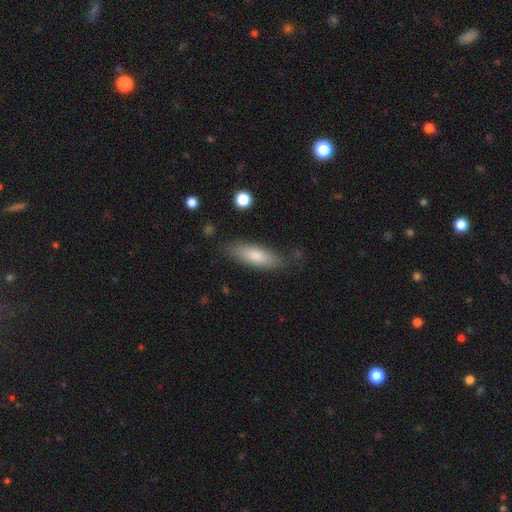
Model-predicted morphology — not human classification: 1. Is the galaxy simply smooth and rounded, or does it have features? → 77% smooth, 17% featured or disk, 6% star or artifact.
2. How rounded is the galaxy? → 53% in between, 45% cigar-shaped, 2% round.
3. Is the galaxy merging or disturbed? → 77% none, 17% minor disturbance, 5% major disturbance, 2% merger.